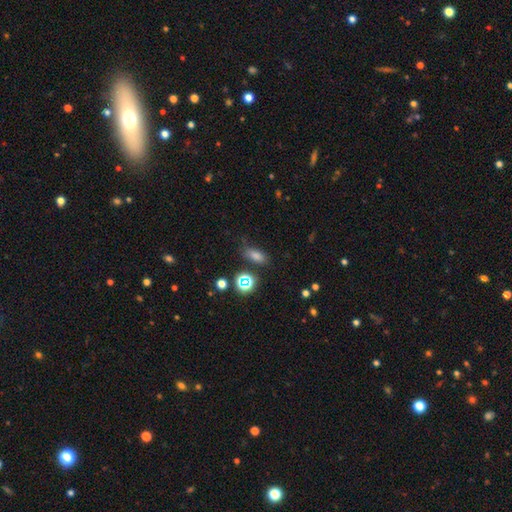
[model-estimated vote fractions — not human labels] Morphology: type=smooth (72%); roundness=in between (77%); merging=none (69%).